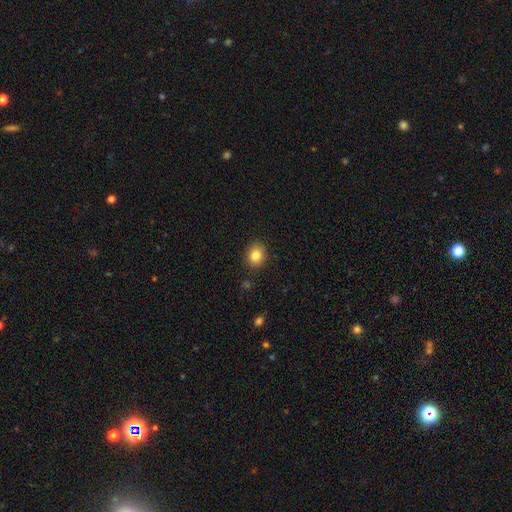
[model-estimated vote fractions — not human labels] A smooth galaxy with no disk features (83%) that is round (67%). Merging: none (88%).